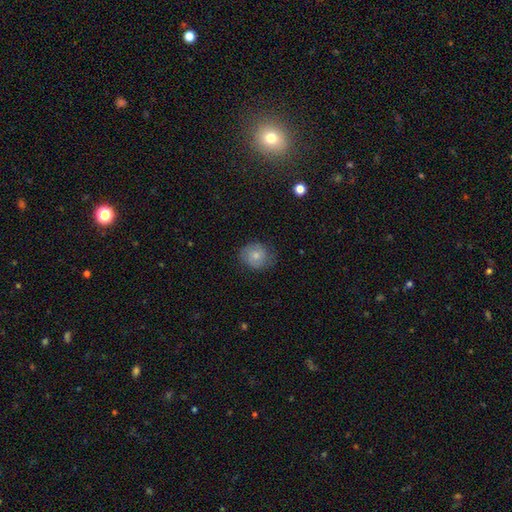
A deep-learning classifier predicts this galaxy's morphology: Overall: smooth (73%). How rounded: round (75%). Merging: none (71%).